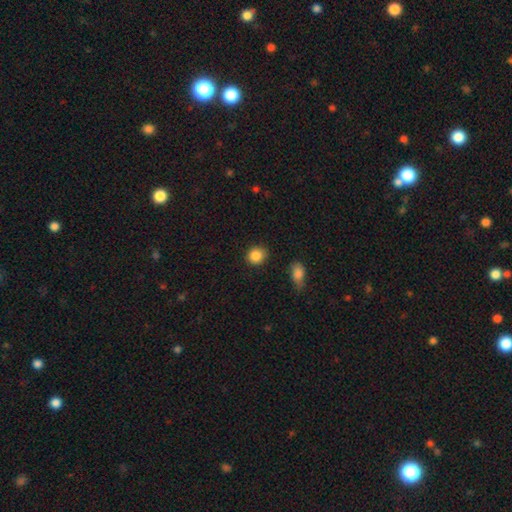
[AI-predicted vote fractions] smooth 87%, star or artifact 9%, featured or disk 4%. Down the decision tree: how rounded — round (81%); merging — none (86%).